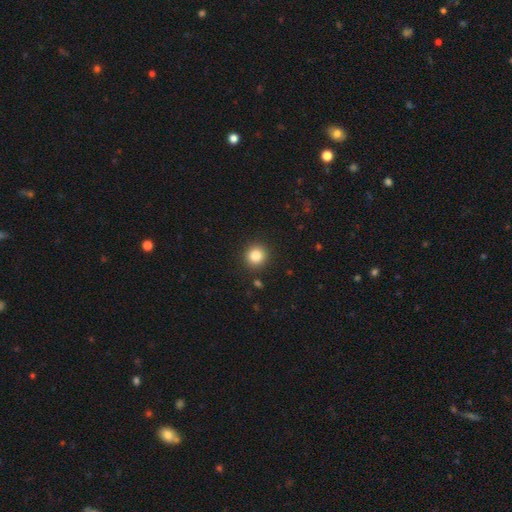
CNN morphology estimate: Smooth or featured?
  - smooth: 85% *
  - star or artifact: 10%
  - featured or disk: 5%
How rounded?
  - round: 90% *
  - in between: 9%
  - cigar-shaped: 1%
Merging?
  - none: 90% *
  - minor disturbance: 6%
  - major disturbance: 2%
  - merger: 1%